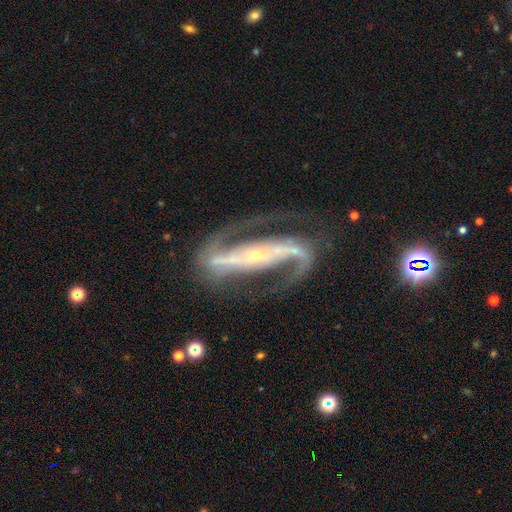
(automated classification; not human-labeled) The model was most divided on "spiral winding": medium: 52%, loose: 28%, tight: 21%. More confident: spiral arms — yes (97%); spiral arm count — 2 (93%); edge-on disk — no (92%); smooth or featured — featured or disk (92%); bulge size — small (79%); merging — none (74%); bar — strong (69%).